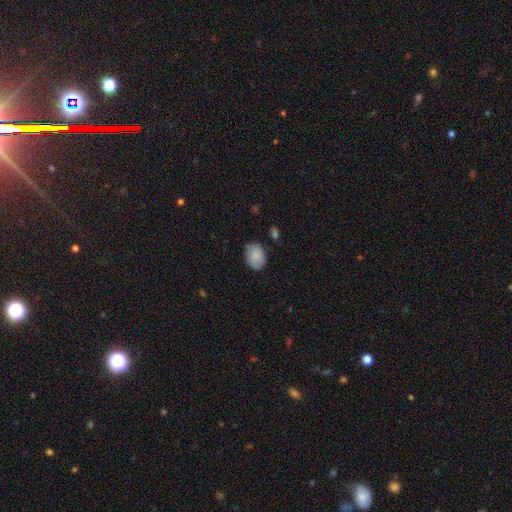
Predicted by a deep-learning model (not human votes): Q: Smooth or featured?
A: smooth (85%); runner-up: featured or disk (9%)
Q: How rounded?
A: in between (71%); runner-up: round (28%)
Q: Merging?
A: none (79%); runner-up: minor disturbance (16%)